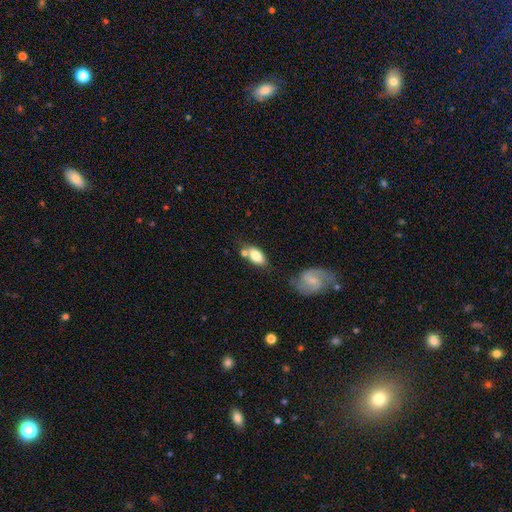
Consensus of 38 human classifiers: A smooth galaxy with no disk features (74%) that is in between round and cigar-shaped (93%). Merging: none (47%).